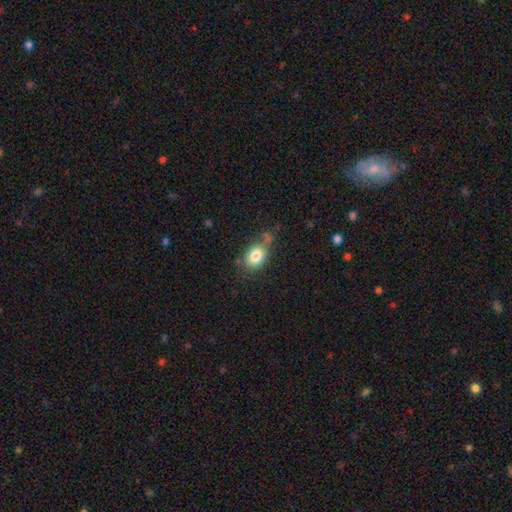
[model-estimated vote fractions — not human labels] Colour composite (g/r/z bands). It shows a smooth galaxy with no disk features (81%) that is in between round and cigar-shaped (72%). Merging: none (62%).